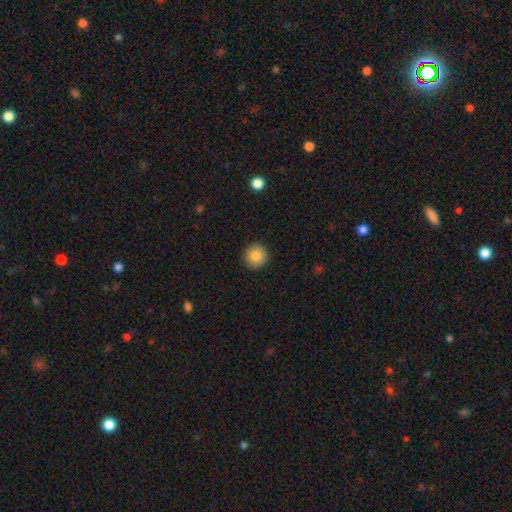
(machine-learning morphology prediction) A smooth galaxy with no disk features (84%) that is round (95%).

Vote fractions:
- Smooth or featured? smooth: 84% / star or artifact: 8% / featured or disk: 7%
- How rounded? round: 95% / in between: 4% / cigar-shaped: 1%
- Merging? none: 92% / minor disturbance: 6% / major disturbance: 2% / merger: 1%